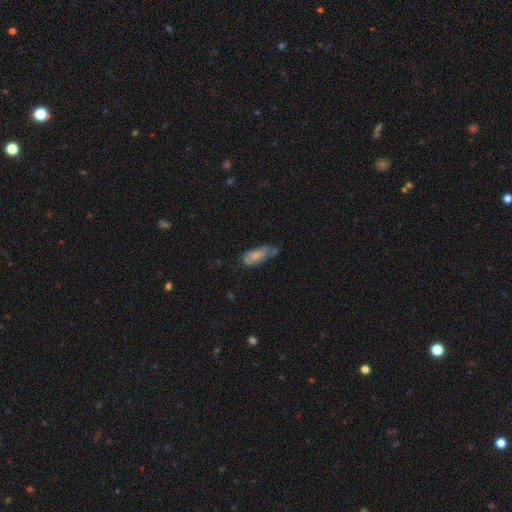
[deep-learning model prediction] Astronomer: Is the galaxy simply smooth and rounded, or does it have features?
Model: smooth — 67%.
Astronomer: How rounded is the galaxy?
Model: in between — 76%.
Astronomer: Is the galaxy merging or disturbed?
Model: none — 39% (runner-up: minor disturbance, 34%).